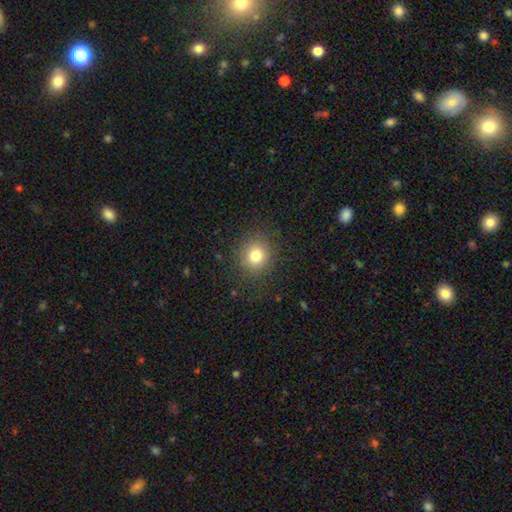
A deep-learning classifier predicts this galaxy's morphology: Overall: smooth (79%). How rounded: round (86%). Merging: none (88%).